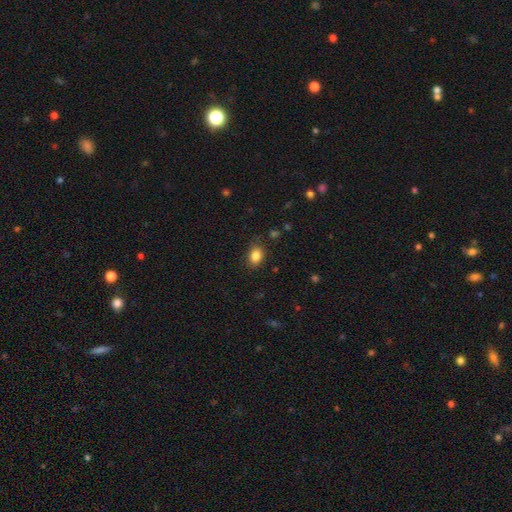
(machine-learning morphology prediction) A smooth galaxy with no disk features (85%) that is in between round and cigar-shaped (69%). Merging: none (81%).